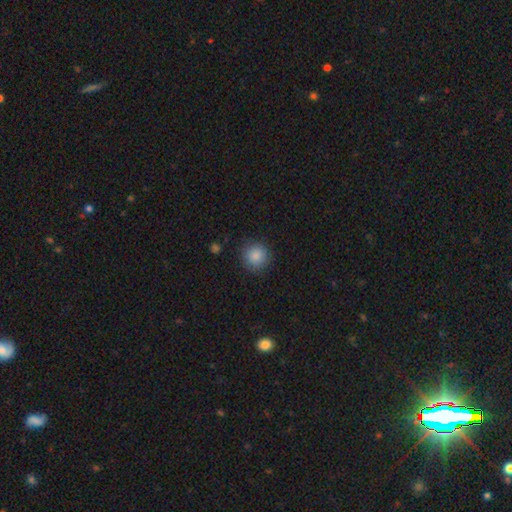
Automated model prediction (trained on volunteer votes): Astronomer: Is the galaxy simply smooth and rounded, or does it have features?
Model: smooth — 87%.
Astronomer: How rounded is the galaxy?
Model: round — 93%.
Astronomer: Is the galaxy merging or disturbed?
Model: none — 87%.